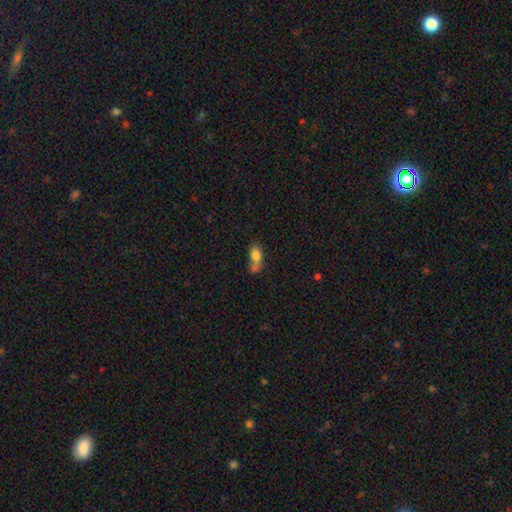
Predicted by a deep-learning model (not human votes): A smooth galaxy with no disk features (75%) that is in between round and cigar-shaped (77%). Merging: merger (35%).